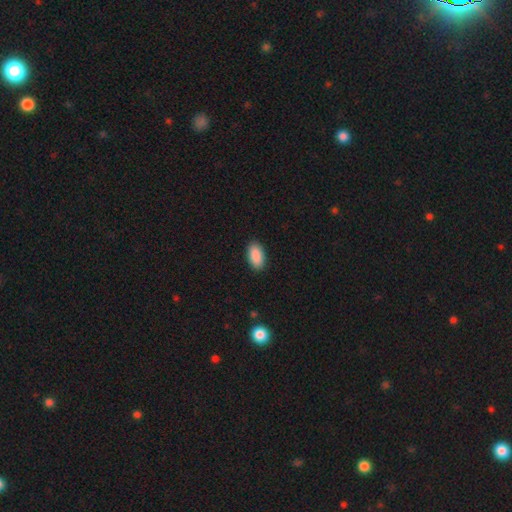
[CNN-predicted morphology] smooth_or_featured: smooth (p=0.90) [alt: star or artifact p=0.07]
how_rounded: in between (p=0.95) [alt: round p=0.03]
merging: none (p=0.89) [alt: minor disturbance p=0.08]